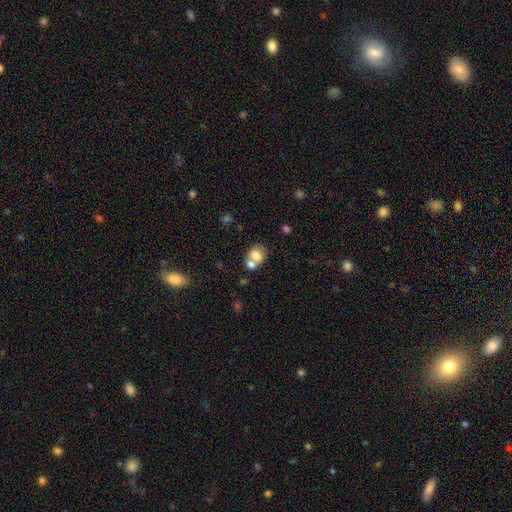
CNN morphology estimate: Overall: smooth (75%). How rounded: round (53%; in between 46%). Merging: merger (48%; none 37%).